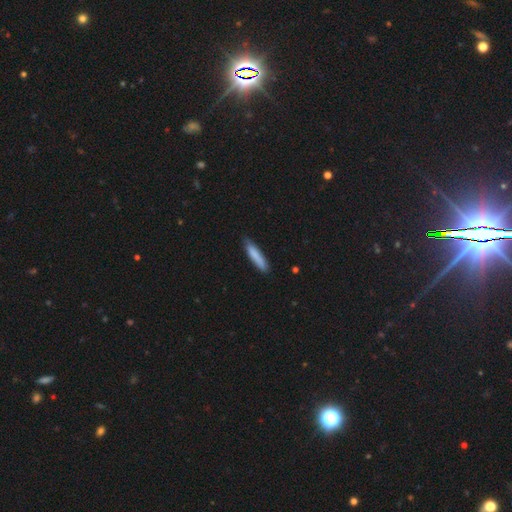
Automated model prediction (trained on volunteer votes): Smooth or featured: smooth — 83% (featured or disk — 12%)
How rounded: cigar-shaped — 85% (in between — 13%)
Merging: none — 83% (minor disturbance — 14%)